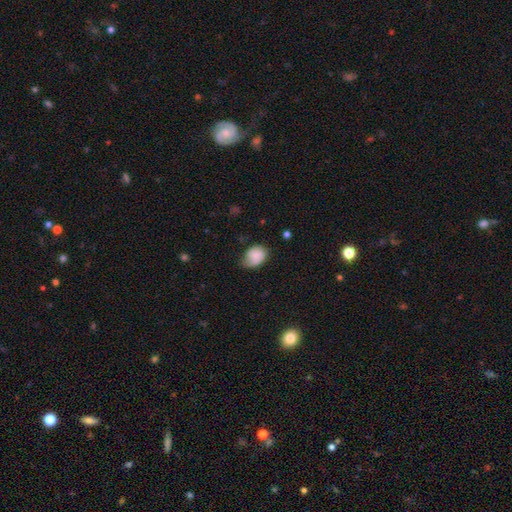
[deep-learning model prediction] smooth_or_featured: smooth (p=0.73) [alt: featured or disk p=0.19]
how_rounded: in between (p=0.64) [alt: round p=0.35]
merging: none (p=0.44) [alt: minor disturbance p=0.40]